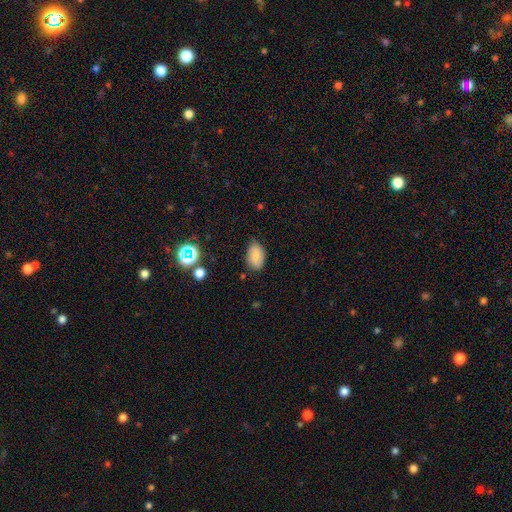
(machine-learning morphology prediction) type=smooth (78%); roundness=in between (89%); merging=none (73%).